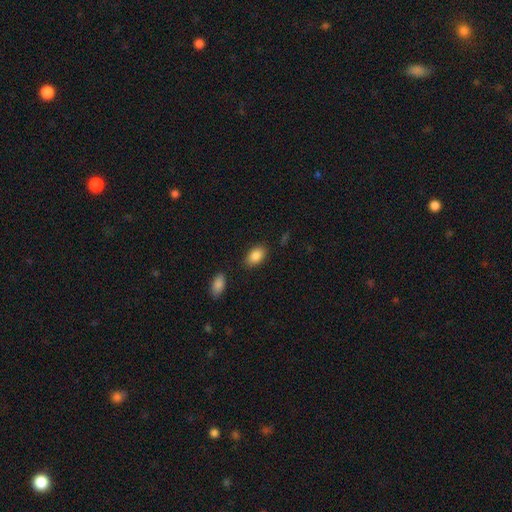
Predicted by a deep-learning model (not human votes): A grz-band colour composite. It shows a smooth galaxy with no disk features (87%) that is in between round and cigar-shaped (90%). Merging: none (83%).